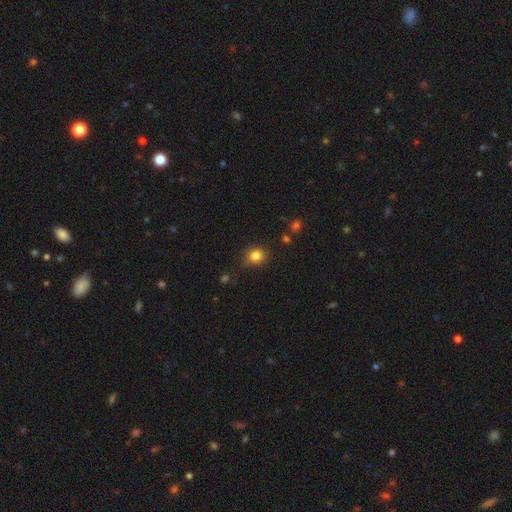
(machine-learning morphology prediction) type=smooth (82%); roundness=round (76%); merging=none (72%).